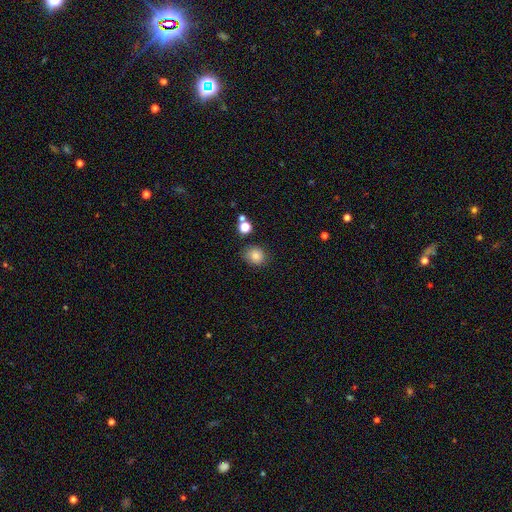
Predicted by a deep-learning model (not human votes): A smooth galaxy with no disk features (83%) that is round (73%). Merging: none (77%).